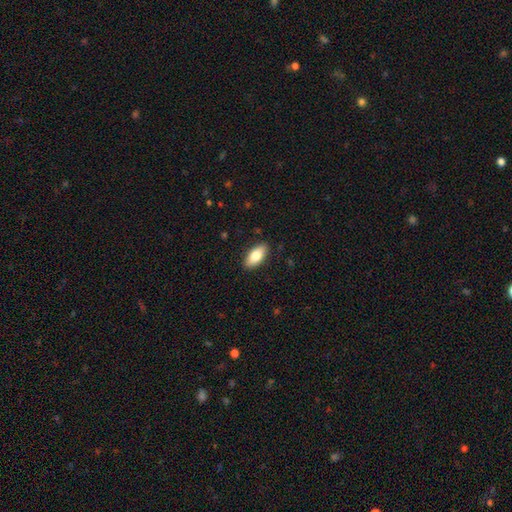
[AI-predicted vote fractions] smooth 79%, featured or disk 14%, star or artifact 6%. Down the decision tree: how rounded — in between (89%); merging — none (89%).